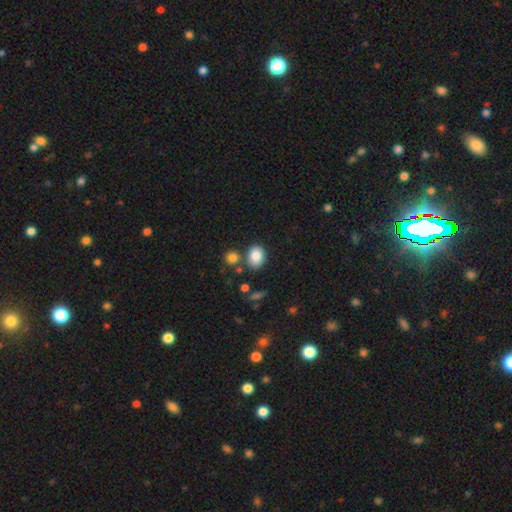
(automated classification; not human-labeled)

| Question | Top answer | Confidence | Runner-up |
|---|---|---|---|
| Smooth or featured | smooth | 85% | star or artifact (9%) |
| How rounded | in between | 62% | round (37%) |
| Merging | none | 72% | merger (13%) |